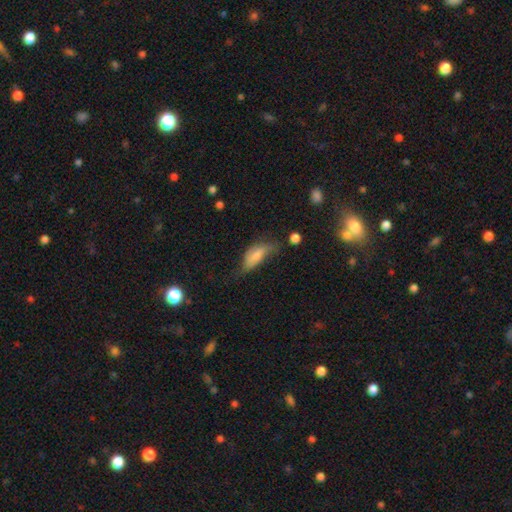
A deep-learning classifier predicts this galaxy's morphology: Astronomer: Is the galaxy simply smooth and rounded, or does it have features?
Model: smooth — 69%.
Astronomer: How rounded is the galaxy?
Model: in between — 80%.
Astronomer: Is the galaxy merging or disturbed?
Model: minor disturbance — 38% (runner-up: none, 31%).